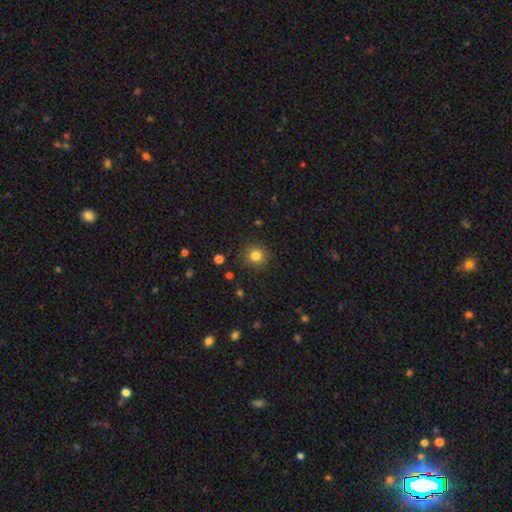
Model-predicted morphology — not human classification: A smooth galaxy with no disk features (81%) that is round (88%).

Vote fractions:
- Smooth or featured? smooth: 81% / star or artifact: 12% / featured or disk: 6%
- How rounded? round: 88% / in between: 11% / cigar-shaped: 1%
- Merging? none: 88% / minor disturbance: 8% / major disturbance: 3% / merger: 1%